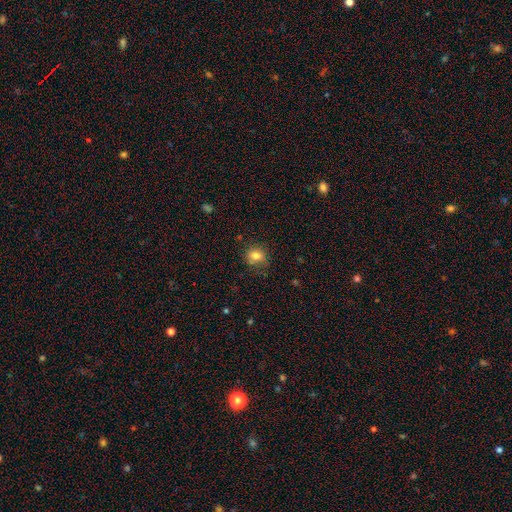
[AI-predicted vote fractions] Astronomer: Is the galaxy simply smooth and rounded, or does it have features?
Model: smooth — 80%.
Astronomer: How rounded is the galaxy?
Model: round — 65%.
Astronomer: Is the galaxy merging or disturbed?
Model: none — 73%.